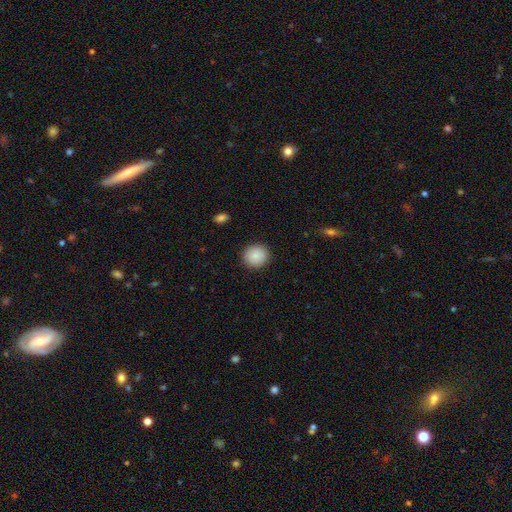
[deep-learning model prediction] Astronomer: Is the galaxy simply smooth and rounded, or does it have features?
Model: smooth — 87%.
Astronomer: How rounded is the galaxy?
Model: round — 88%.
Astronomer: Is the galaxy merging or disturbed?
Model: none — 91%.